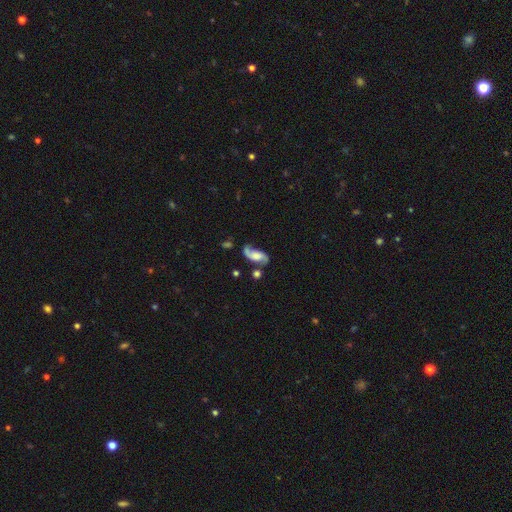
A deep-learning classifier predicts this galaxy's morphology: type=featured or disk (77%); edge-on=no (95%); bar=no (58%); spiral arms=yes (95%); winding=loose (58%); arm count=2 (90%); bulge=moderate (31%); merging=none (59%).